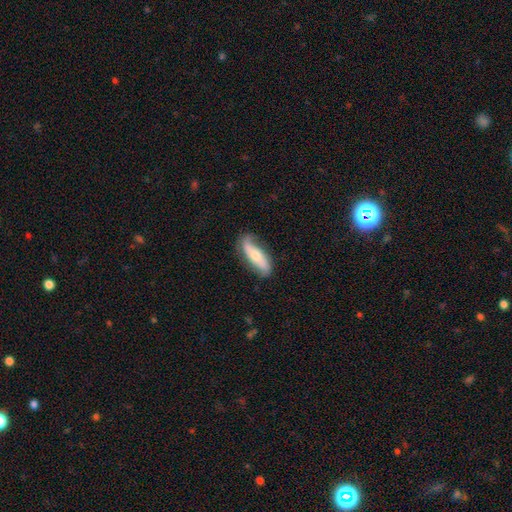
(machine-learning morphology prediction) A featured or disk galaxy (50%). Merging: none (68%).